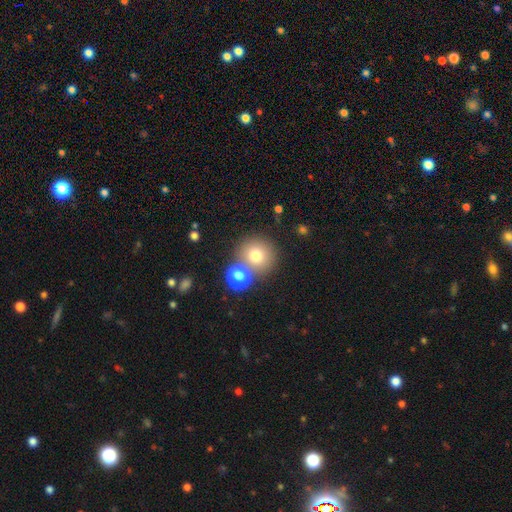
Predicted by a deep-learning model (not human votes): Overall: smooth (74%). How rounded: round (91%). Merging: none (69%).